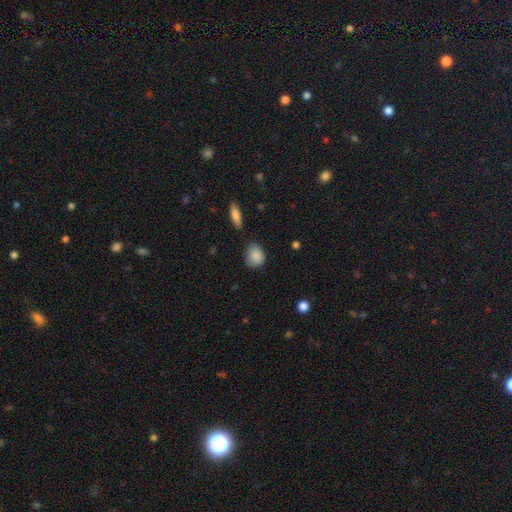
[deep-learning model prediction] Smooth or featured?
  - smooth: 86% *
  - star or artifact: 8%
  - featured or disk: 6%
How rounded?
  - round: 52% *
  - in between: 47%
  - cigar-shaped: 2%
Merging?
  - none: 61% *
  - minor disturbance: 30%
  - major disturbance: 6%
  - merger: 3%